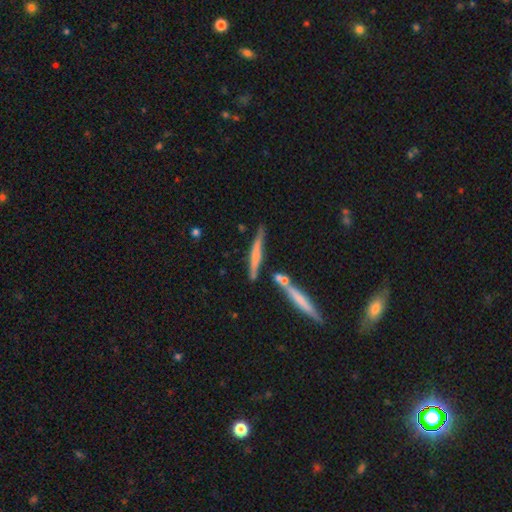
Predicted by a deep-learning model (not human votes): A featured or disk galaxy (50%). Merging: none (73%).